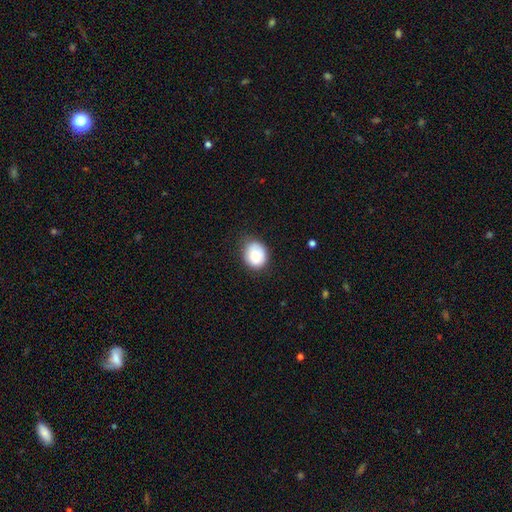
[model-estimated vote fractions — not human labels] Smooth or featured?
  - smooth: 78% *
  - featured or disk: 14%
  - star or artifact: 8%
How rounded?
  - round: 62% *
  - in between: 38%
  - cigar-shaped: 1%
Merging?
  - none: 73% *
  - minor disturbance: 21%
  - major disturbance: 4%
  - merger: 1%